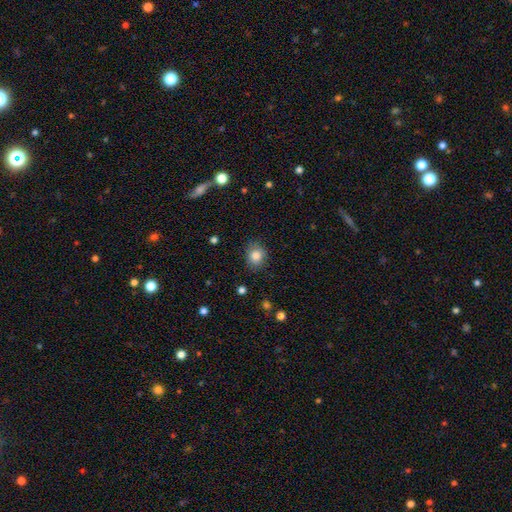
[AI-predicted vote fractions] Morphology: type=smooth (84%); roundness=round (68%); merging=none (82%).